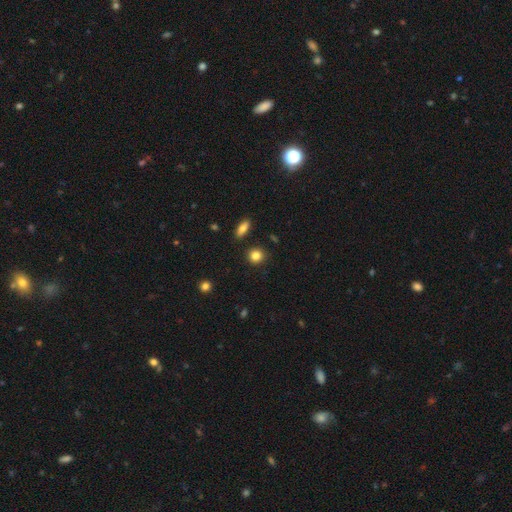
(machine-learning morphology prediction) This is clearly a smooth galaxy (85%). How rounded: clearly round (85%). Merging: clearly none (88%).